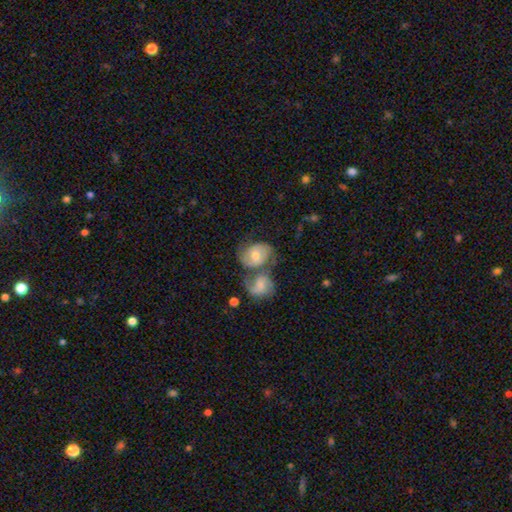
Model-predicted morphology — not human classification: Smooth or featured? Predicted: featured or disk (p=0.58). Edge-on disk? Predicted: no (p=0.97). Bar? Predicted: no (p=0.65). Spiral arms? Predicted: yes (p=0.82). Bulge size? Predicted: moderate (p=0.63). Merging? Predicted: merger (p=0.51).